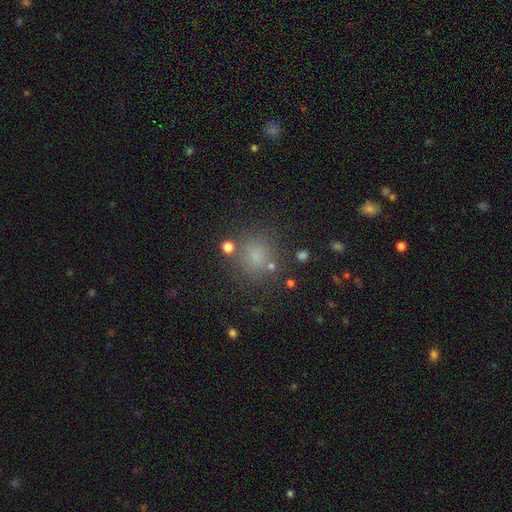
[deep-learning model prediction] This appears to be a smooth galaxy with no disk features (74%) that is round (87%). Merging: none (81%).